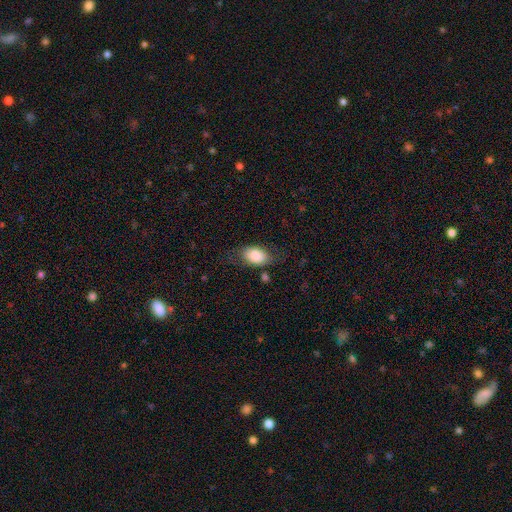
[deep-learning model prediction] Q: Smooth or featured?
A: smooth (84%); runner-up: featured or disk (9%)
Q: How rounded?
A: in between (88%); runner-up: round (10%)
Q: Merging?
A: none (68%); runner-up: minor disturbance (20%)